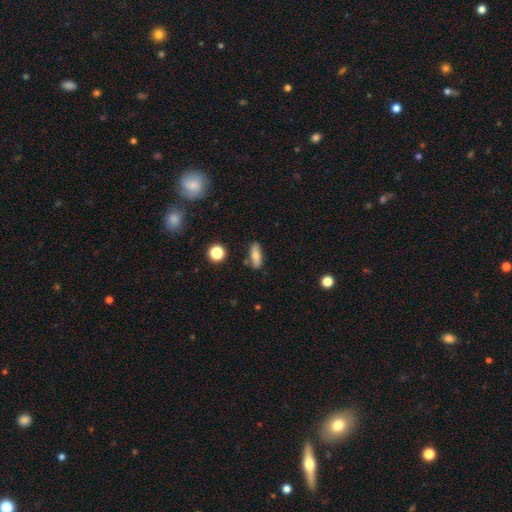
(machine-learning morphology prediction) smooth-or-featured: smooth: 74% | featured or disk: 17% | star or artifact: 9%
  how-rounded: in between: 66% | cigar-shaped: 29% | round: 5%
  merging: none: 78% | minor disturbance: 15% | merger: 5% | major disturbance: 3%